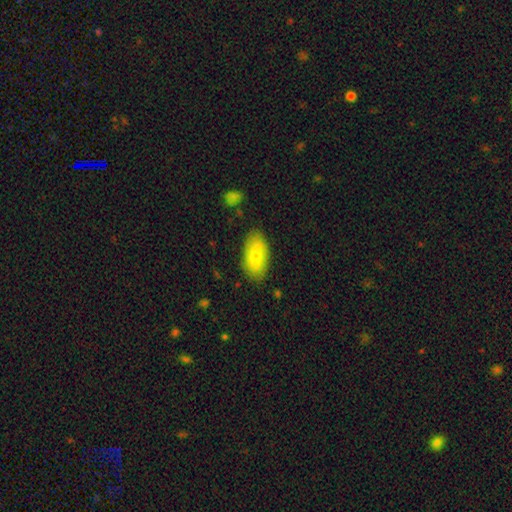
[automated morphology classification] Q: Smooth or featured?
A: smooth (76%); runner-up: featured or disk (18%)
Q: How rounded?
A: in between (93%); runner-up: round (4%)
Q: Merging?
A: none (81%); runner-up: minor disturbance (14%)